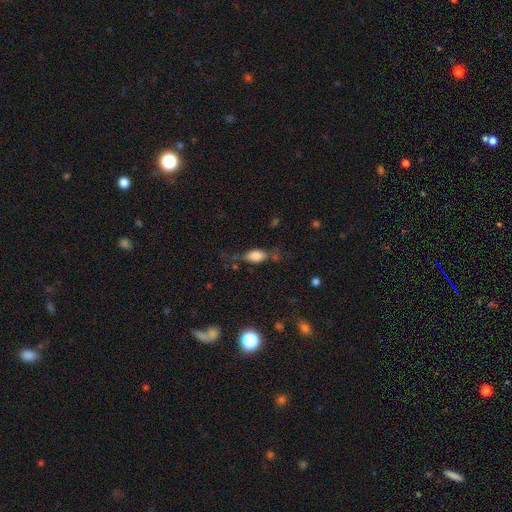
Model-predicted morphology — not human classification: Smooth or featured? Predicted: smooth (p=0.72). How rounded? Predicted: in between (p=0.84). Merging? Predicted: none (p=0.50).